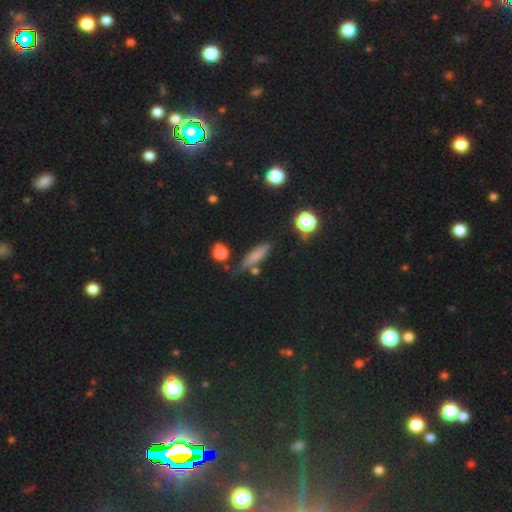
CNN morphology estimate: This appears to be a smooth galaxy with no disk features (66%) that is cigar-shaped (71%). Merging: none (71%).